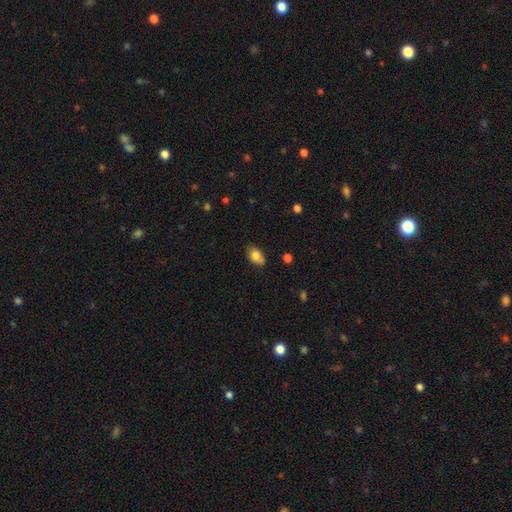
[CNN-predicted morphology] A smooth galaxy with no disk features (79%) that is in between round and cigar-shaped (84%). Merging: none (67%).